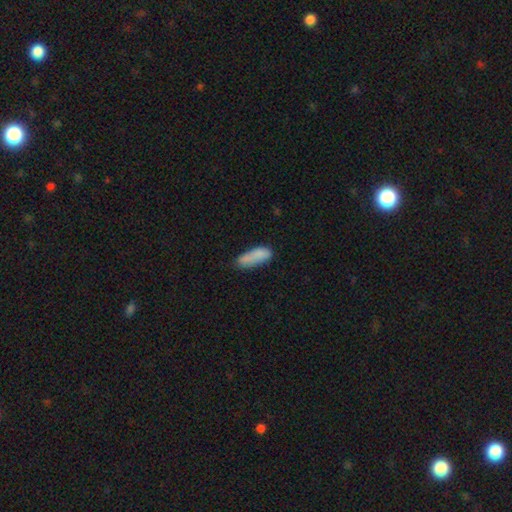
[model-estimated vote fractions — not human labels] Smooth or featured?
  - smooth: 83% *
  - featured or disk: 10%
  - star or artifact: 7%
How rounded?
  - in between: 59% *
  - cigar-shaped: 39%
  - round: 2%
Merging?
  - none: 60% *
  - minor disturbance: 26%
  - major disturbance: 7%
  - merger: 6%